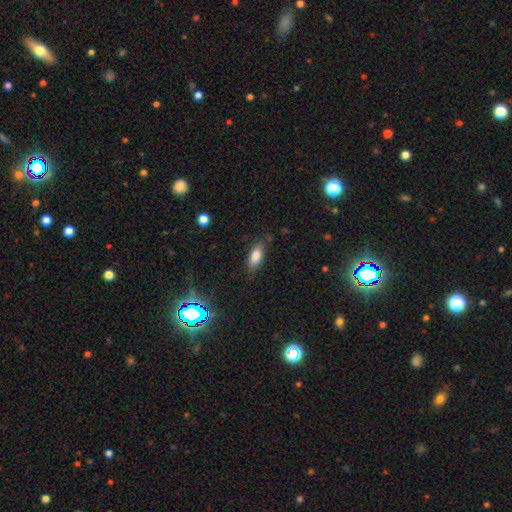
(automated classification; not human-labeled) Smooth or featured?
  - smooth: 80% *
  - featured or disk: 11%
  - star or artifact: 9%
How rounded?
  - in between: 75% *
  - cigar-shaped: 23%
  - round: 3%
Merging?
  - none: 79% *
  - minor disturbance: 16%
  - major disturbance: 4%
  - merger: 2%